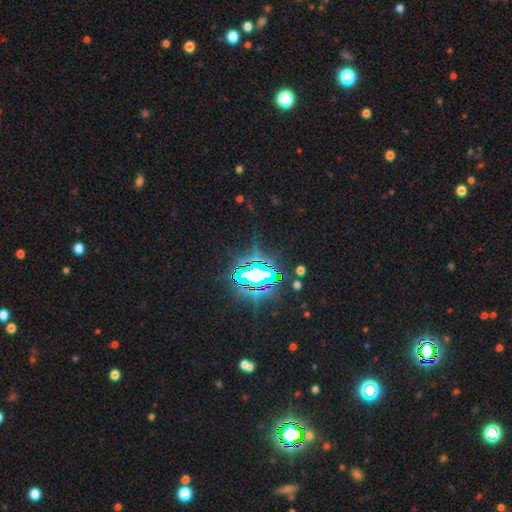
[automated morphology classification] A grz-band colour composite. It shows a star or artifact, not a galaxy (83%).